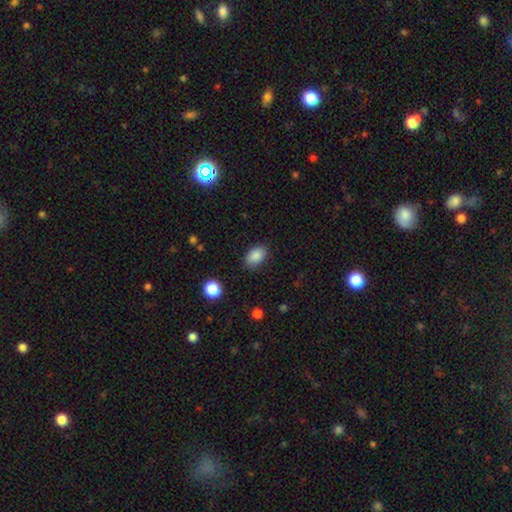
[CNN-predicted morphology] smooth 87%, star or artifact 8%, featured or disk 5%. Down the decision tree: how rounded — in between (85%); merging — none (82%).